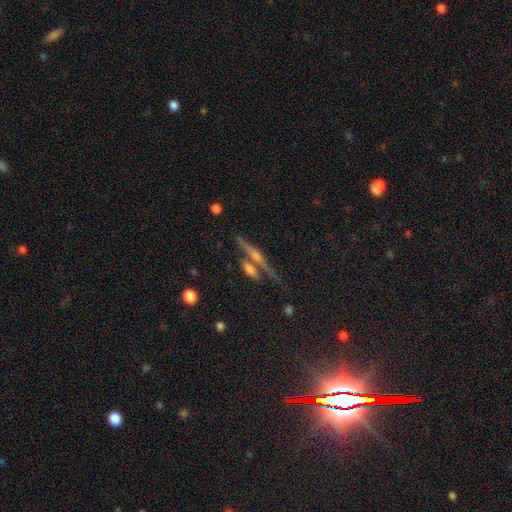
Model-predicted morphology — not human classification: A featured or disk galaxy (68%) viewed edge-on (94%) with a rounded central bulge (73%).

Vote fractions:
- Smooth or featured? featured or disk: 68% / smooth: 19% / star or artifact: 13%
- Edge-on disk? yes: 94% / no: 6%
- Edge-on bulge? rounded: 73% / none: 16% / boxy: 10%
- Merging? none: 69% / merger: 17% / minor disturbance: 10% / major disturbance: 4%